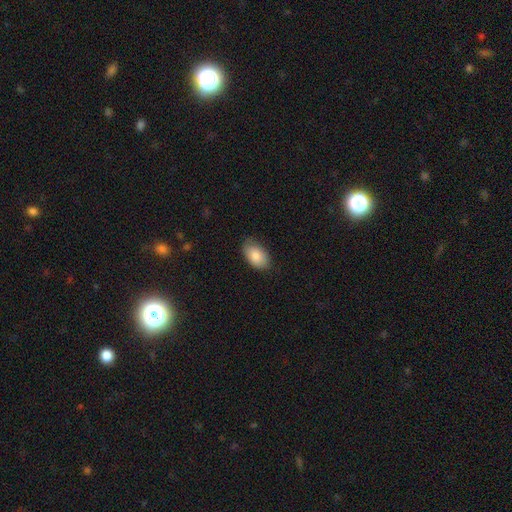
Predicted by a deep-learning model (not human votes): Smooth or featured? Predicted: smooth (p=0.85). How rounded? Predicted: in between (p=0.93). Merging? Predicted: none (p=0.77).